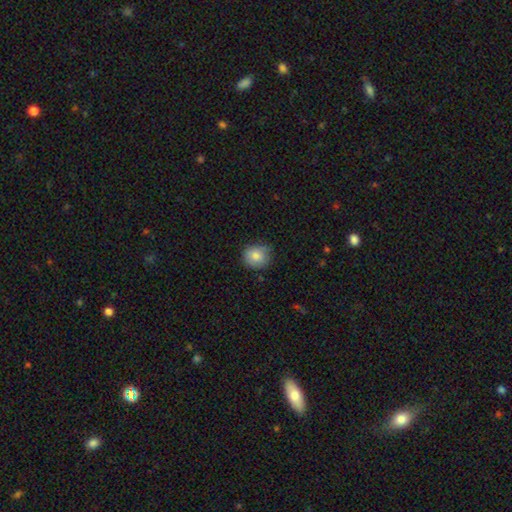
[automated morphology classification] A smooth galaxy with no disk features (83%) that is round (84%). Merging: none (75%).